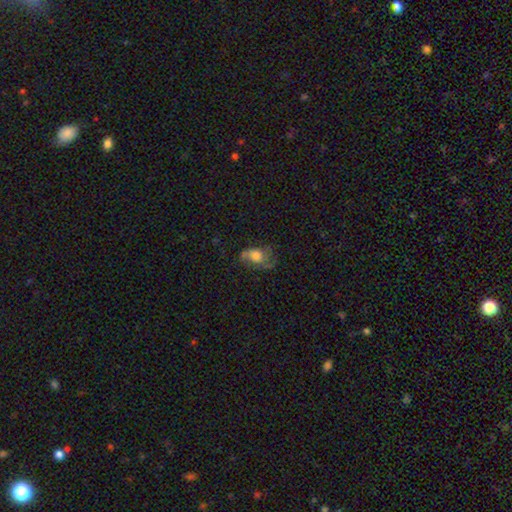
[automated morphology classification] Smooth or featured? Predicted: smooth (p=0.46). Merging? Predicted: none (p=0.49).